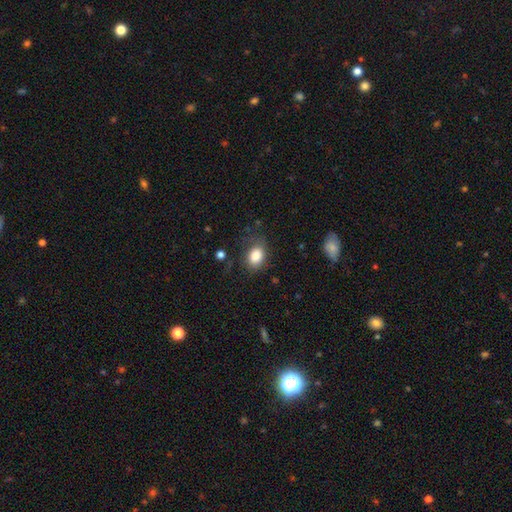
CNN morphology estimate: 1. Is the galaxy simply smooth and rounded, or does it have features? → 85% smooth, 8% star or artifact, 7% featured or disk.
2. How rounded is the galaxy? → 70% in between, 29% round, 1% cigar-shaped.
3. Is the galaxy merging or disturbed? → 66% none, 22% minor disturbance, 9% major disturbance, 2% merger.